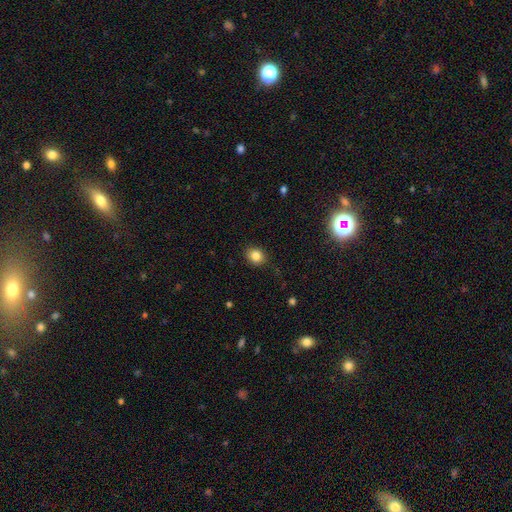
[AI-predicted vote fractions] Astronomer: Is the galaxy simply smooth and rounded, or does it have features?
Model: smooth — 85%.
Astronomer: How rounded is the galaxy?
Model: round — 64%.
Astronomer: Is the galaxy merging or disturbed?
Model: none — 87%.